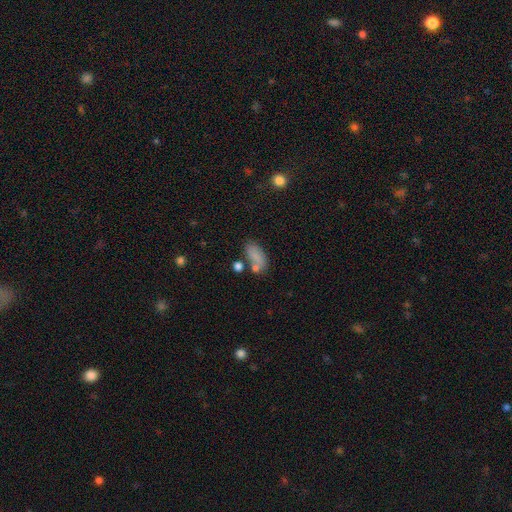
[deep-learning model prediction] Smooth or featured? Predicted: smooth (p=0.78). How rounded? Predicted: in between (p=0.87). Merging? Predicted: none (p=0.53).